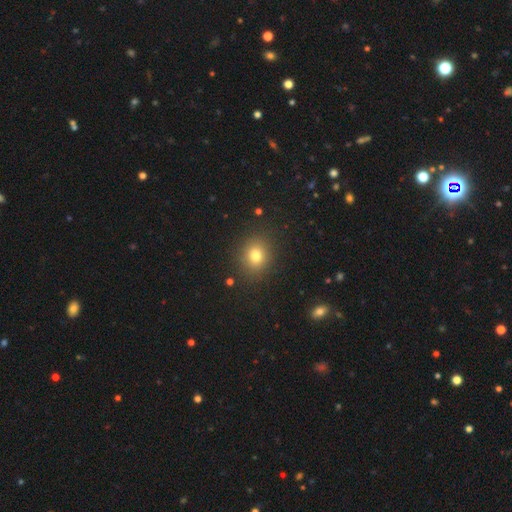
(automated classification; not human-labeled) Q: Smooth or featured?
A: smooth (78%); runner-up: star or artifact (14%)
Q: How rounded?
A: round (62%); runner-up: in between (37%)
Q: Merging?
A: none (87%); runner-up: minor disturbance (9%)